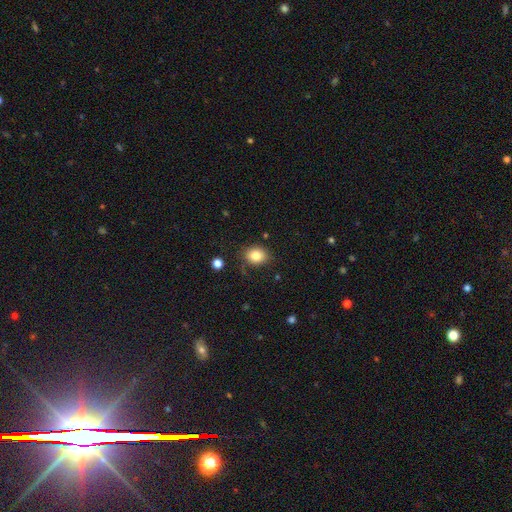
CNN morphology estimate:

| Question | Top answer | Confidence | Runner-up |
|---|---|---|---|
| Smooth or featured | smooth | 83% | star or artifact (10%) |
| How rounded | round | 51% | in between (48%) |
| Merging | none | 82% | minor disturbance (12%) |